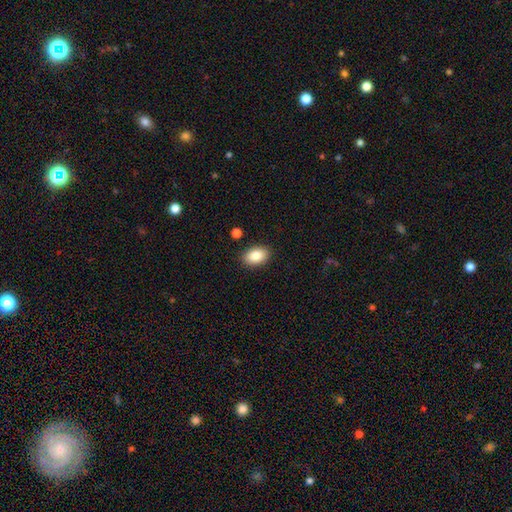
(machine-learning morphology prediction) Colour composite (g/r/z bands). It shows a smooth galaxy with no disk features (87%) that is in between round and cigar-shaped (89%). Merging: none (88%).